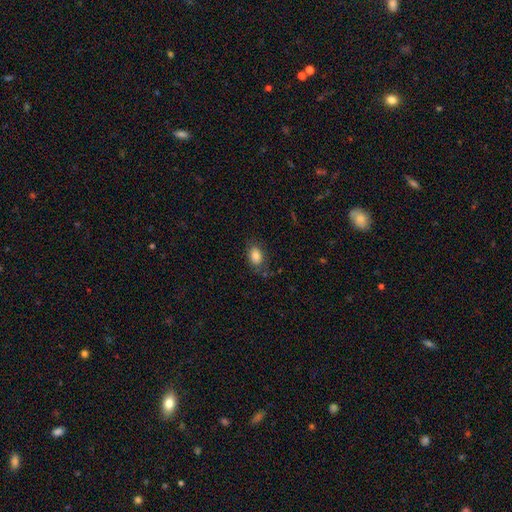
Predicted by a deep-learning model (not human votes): smooth_or_featured: smooth (p=0.83) [alt: star or artifact p=0.09]
how_rounded: in between (p=0.82) [alt: round p=0.17]
merging: none (p=0.72) [alt: minor disturbance p=0.19]